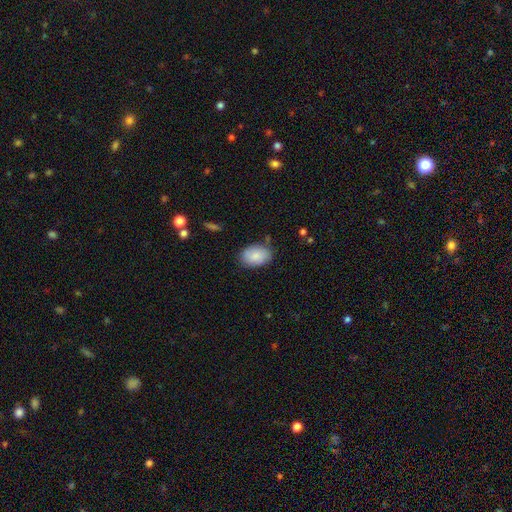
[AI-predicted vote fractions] Morphology: type=smooth (83%); roundness=in between (86%); merging=none (77%).